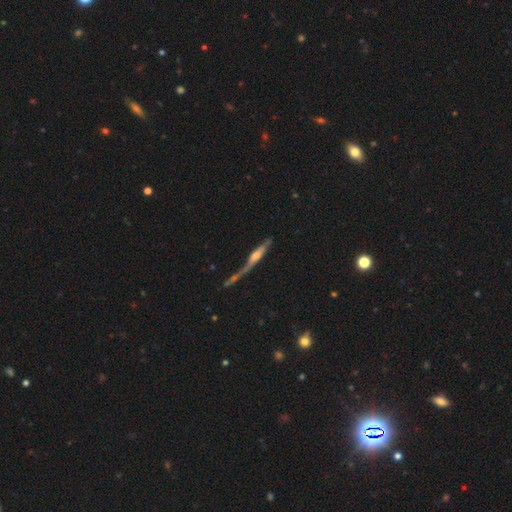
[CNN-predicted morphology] Smooth or featured: featured or disk — 61% (smooth — 31%)
Edge-on disk: yes — 82% (no — 18%)
Edge-on bulge: rounded — 72% (none — 15%)
Merging: none — 35% (merger — 29%)